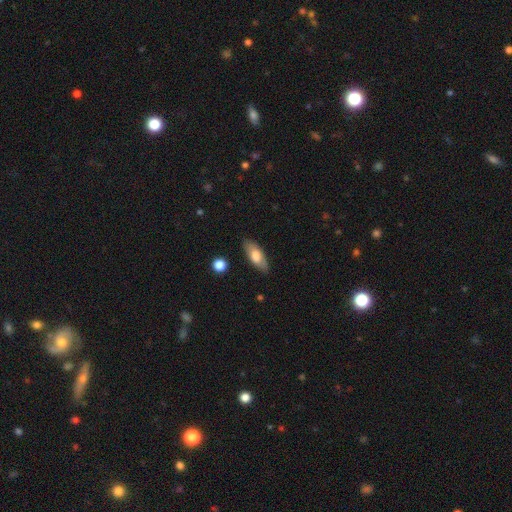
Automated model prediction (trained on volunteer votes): Q: Smooth or featured?
A: smooth (68%); runner-up: featured or disk (25%)
Q: How rounded?
A: in between (79%); runner-up: cigar-shaped (19%)
Q: Merging?
A: none (82%); runner-up: minor disturbance (14%)